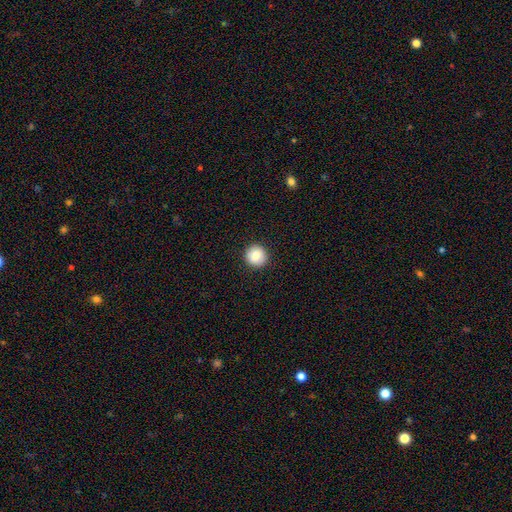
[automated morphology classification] smooth 85%, star or artifact 8%, featured or disk 6%. Down the decision tree: how rounded — round (94%); merging — none (92%).